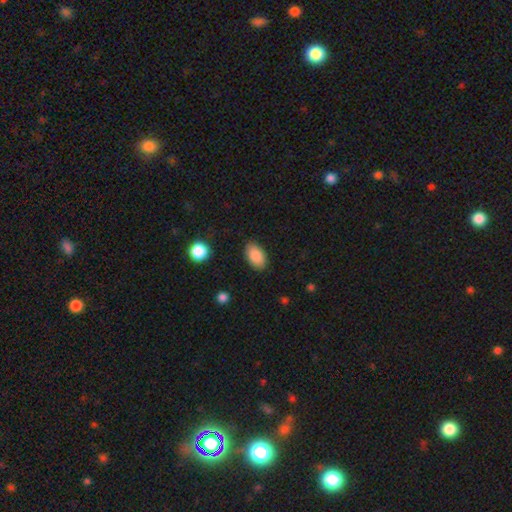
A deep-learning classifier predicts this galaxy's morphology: A smooth galaxy with no disk features (88%) that is in between round and cigar-shaped (93%). Merging: none (87%).